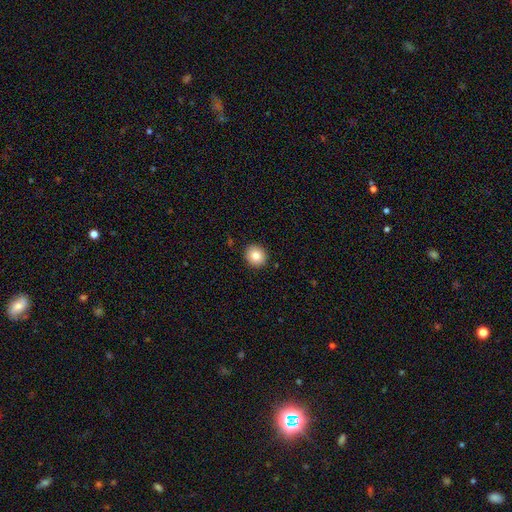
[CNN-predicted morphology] Q: Smooth or featured?
A: smooth (83%); runner-up: star or artifact (9%)
Q: How rounded?
A: round (82%); runner-up: in between (17%)
Q: Merging?
A: none (91%); runner-up: minor disturbance (6%)